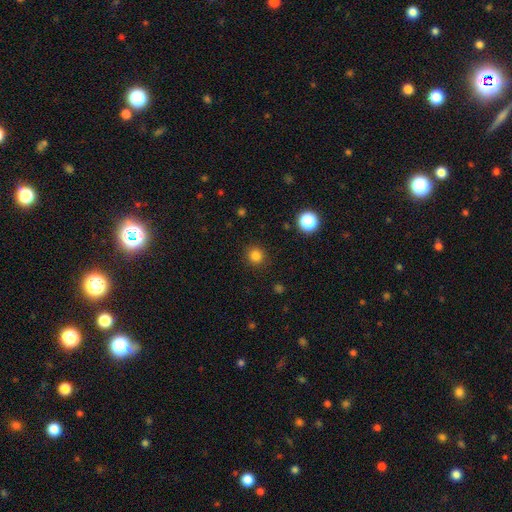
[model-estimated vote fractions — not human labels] Smooth or featured?
  - smooth: 82% *
  - star or artifact: 14%
  - featured or disk: 5%
How rounded?
  - round: 90% *
  - in between: 9%
  - cigar-shaped: 1%
Merging?
  - none: 89% *
  - minor disturbance: 7%
  - major disturbance: 3%
  - merger: 1%